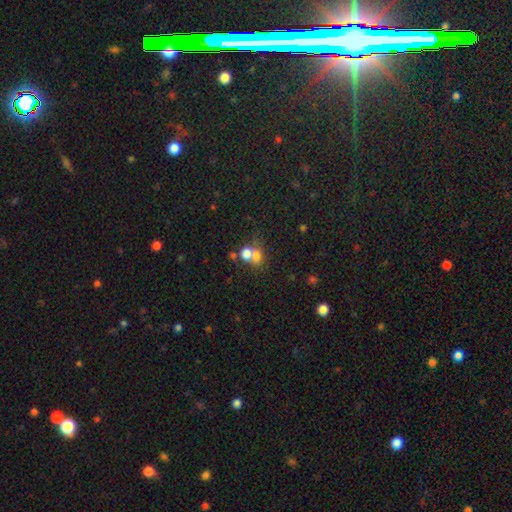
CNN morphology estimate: Smooth or featured? Predicted: smooth (p=0.70). How rounded? Predicted: round (p=0.59). Merging? Predicted: merger (p=0.60).